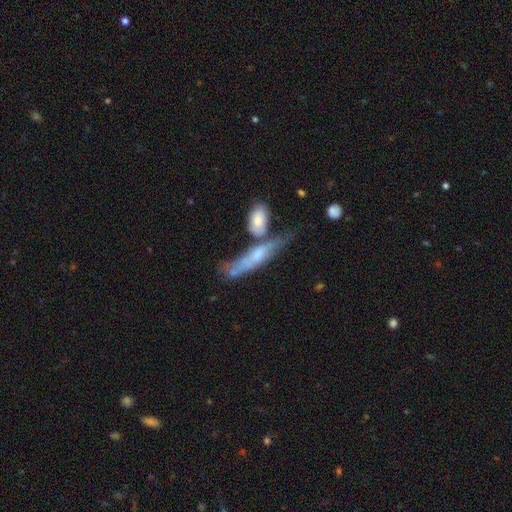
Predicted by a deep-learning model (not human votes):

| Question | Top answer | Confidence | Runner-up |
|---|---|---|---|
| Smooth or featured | featured or disk | 51% | smooth (42%) |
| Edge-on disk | yes | 64% | no (36%) |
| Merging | merger | 40% | none (29%) |